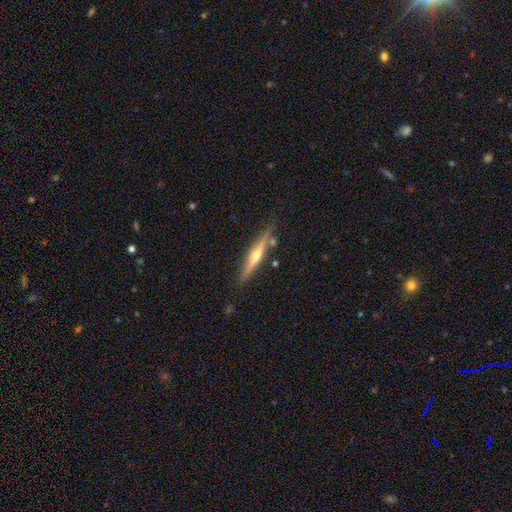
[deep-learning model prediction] smooth-or-featured: featured or disk: 71% | smooth: 23% | star or artifact: 6%
  disk-edge-on: yes: 97% | no: 3%
    edge-on-bulge: rounded: 89% | none: 8% | boxy: 4%
  merging: none: 82% | minor disturbance: 11% | merger: 4% | major disturbance: 2%